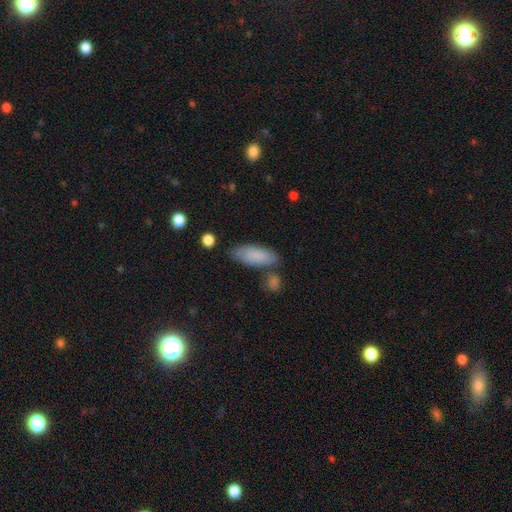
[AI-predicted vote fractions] Smooth or featured?
  - smooth: 85% *
  - featured or disk: 9%
  - star or artifact: 6%
How rounded?
  - in between: 74% *
  - cigar-shaped: 24%
  - round: 2%
Merging?
  - none: 72% *
  - minor disturbance: 16%
  - merger: 8%
  - major disturbance: 4%